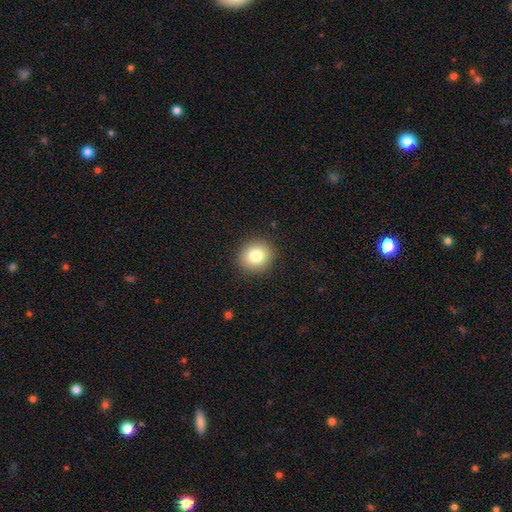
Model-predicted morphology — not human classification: A smooth galaxy with no disk features (83%) that is round (84%). Merging: none (90%).